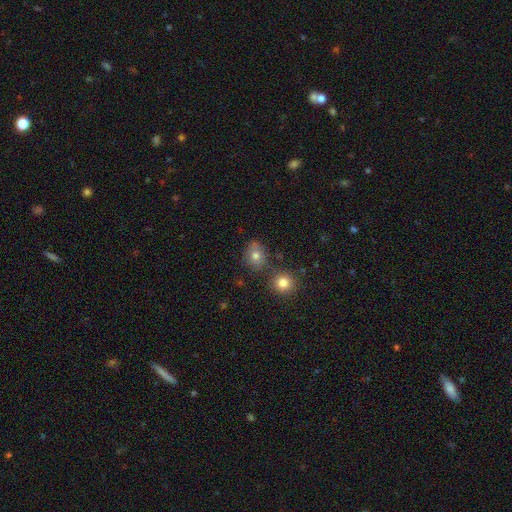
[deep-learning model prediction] This appears to be a smooth galaxy with no disk features (76%) that is round (63%). Merging: none (70%).